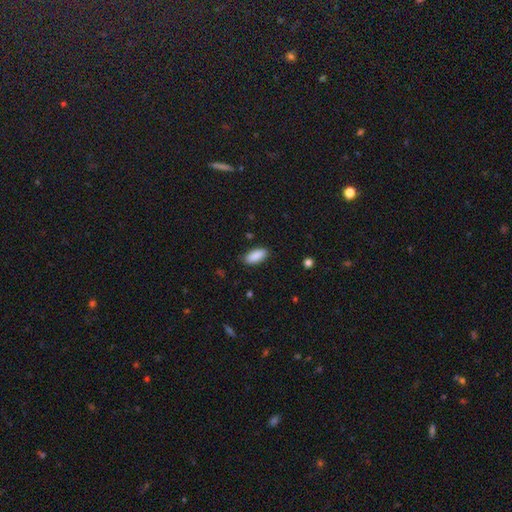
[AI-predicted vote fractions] Smooth or featured?
  - smooth: 90% *
  - star or artifact: 6%
  - featured or disk: 4%
How rounded?
  - in between: 83% *
  - cigar-shaped: 15%
  - round: 2%
Merging?
  - none: 85% *
  - minor disturbance: 11%
  - major disturbance: 2%
  - merger: 1%